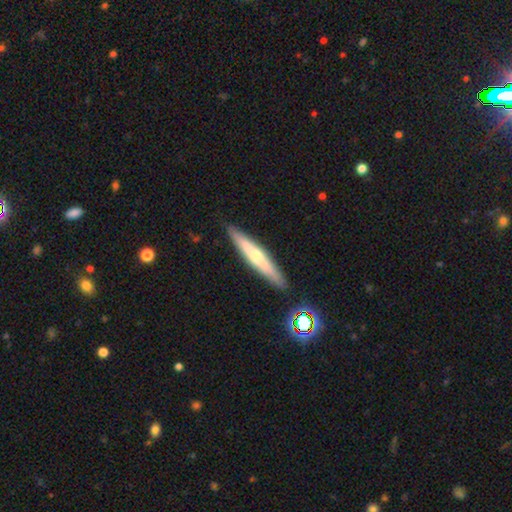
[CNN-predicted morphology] Smooth or featured: featured or disk — 49% (smooth — 44%)
Merging: none — 89% (minor disturbance — 8%)